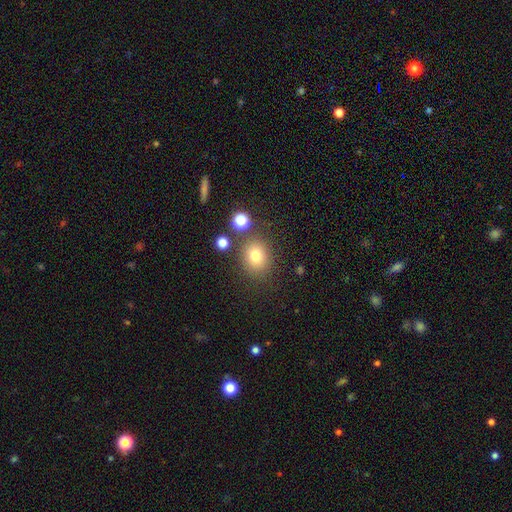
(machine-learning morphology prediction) Smooth or featured?
  - smooth: 76% *
  - star or artifact: 15%
  - featured or disk: 9%
How rounded?
  - round: 70% *
  - in between: 29%
  - cigar-shaped: 1%
Merging?
  - none: 80% *
  - minor disturbance: 10%
  - merger: 7%
  - major disturbance: 4%